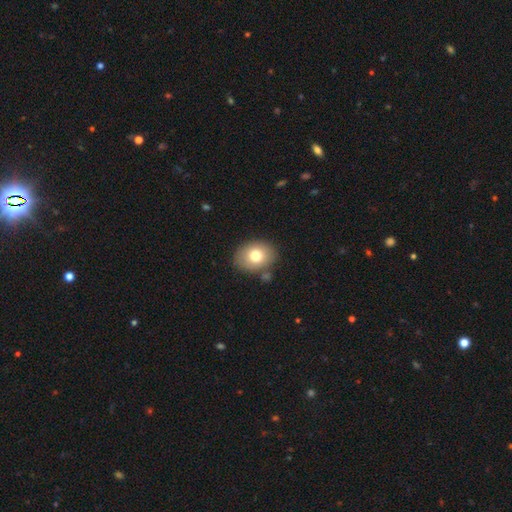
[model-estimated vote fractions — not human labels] A smooth galaxy with no disk features (76%) that is in between round and cigar-shaped (56%). Merging: none (81%).